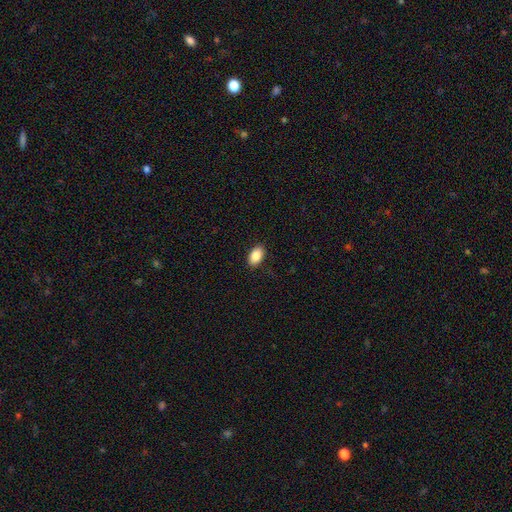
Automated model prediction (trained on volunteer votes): Smooth or featured: smooth — 88% (star or artifact — 7%)
How rounded: in between — 91% (round — 7%)
Merging: none — 89% (minor disturbance — 8%)